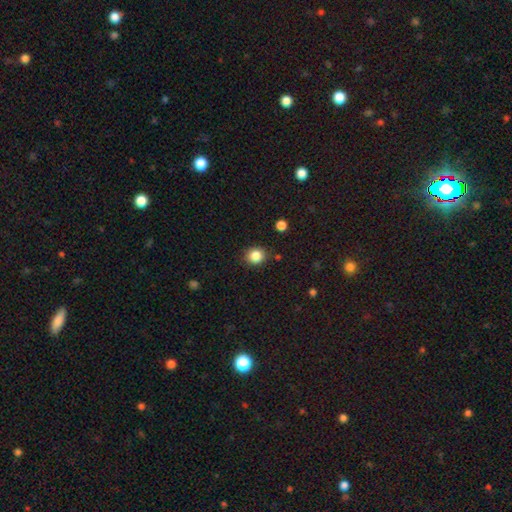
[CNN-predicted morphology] A smooth galaxy with no disk features (85%) that is round (80%). Merging: none (87%).